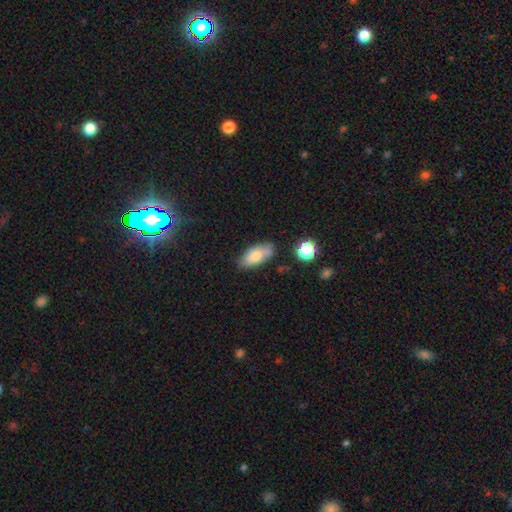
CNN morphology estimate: Overall: smooth (75%). How rounded: in between (88%). Merging: none (73%).